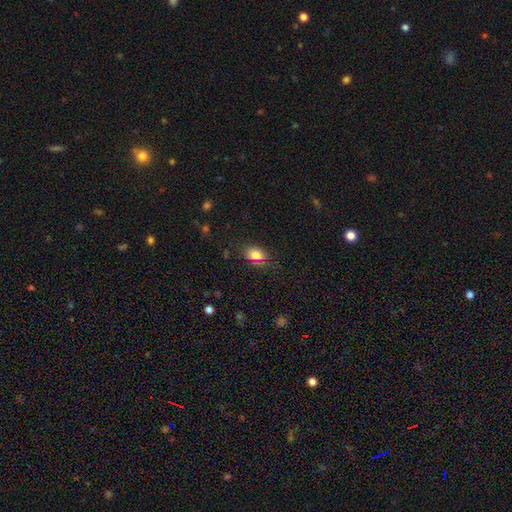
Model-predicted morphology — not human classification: A smooth galaxy with no disk features (79%) that is in between round and cigar-shaped (77%).

Vote fractions:
- Smooth or featured? smooth: 79% / star or artifact: 14% / featured or disk: 7%
- How rounded? in between: 77% / round: 21% / cigar-shaped: 2%
- Merging? none: 79% / minor disturbance: 15% / major disturbance: 4% / merger: 2%